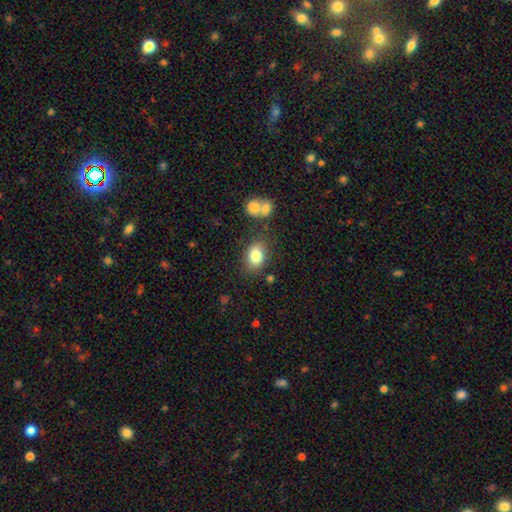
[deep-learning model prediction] Morphology: type=smooth (81%); roundness=in between (77%); merging=none (76%).